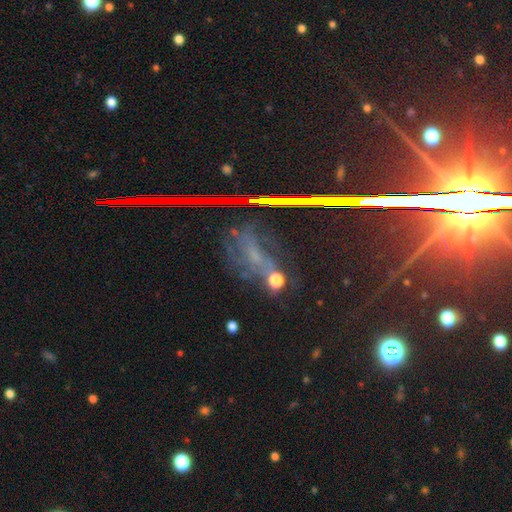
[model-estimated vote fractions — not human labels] Smooth or featured?
  - star or artifact: 55% *
  - featured or disk: 27%
  - smooth: 18%